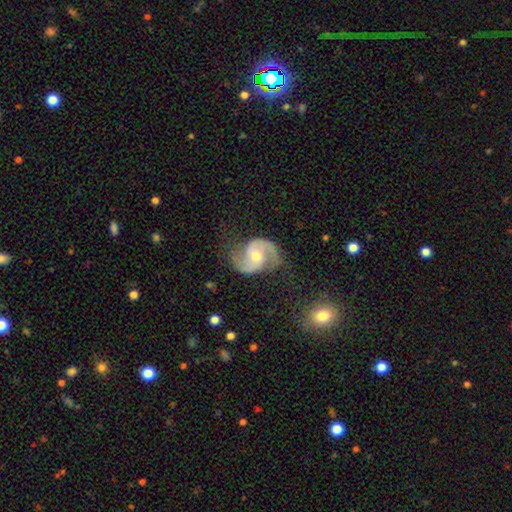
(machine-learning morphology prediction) smooth-or-featured: featured or disk: 90% | smooth: 5% | star or artifact: 5%
  disk-edge-on: no: 98% | yes: 2%
    bar: no: 54% | weak: 37% | strong: 9%
    has-spiral-arms: yes: 98% | no: 2%
      spiral-winding: medium: 56% | loose: 28% | tight: 16%
      spiral-arm-count: 2: 93% | can't tell: 2% | 1: 1% | 3: 1% | 4: 1% | more than 4: 1%
    bulge-size: moderate: 61% | small: 34% | large: 3% | none: 1% | dominant: 1%
  merging: none: 74% | minor disturbance: 17% | major disturbance: 7% | merger: 2%